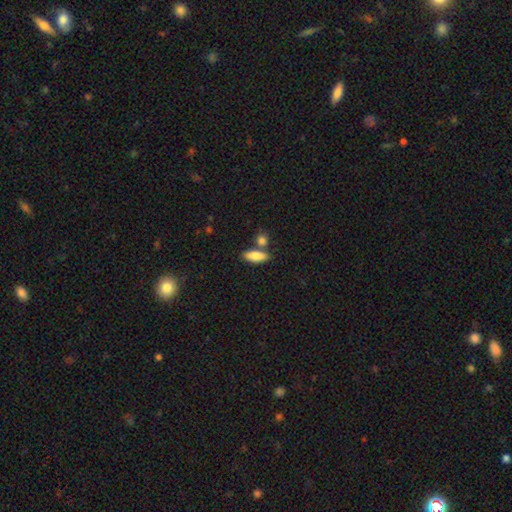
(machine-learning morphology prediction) Overall: smooth (83%). How rounded: in between (71%). Merging: none (67%).